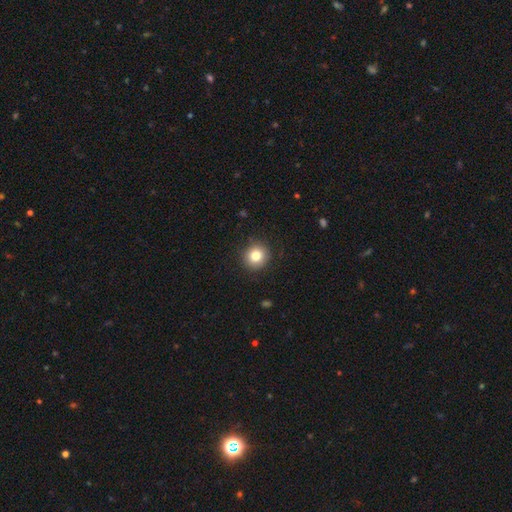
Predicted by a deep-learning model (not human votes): Smooth or featured? Predicted: smooth (p=0.82). How rounded? Predicted: round (p=0.89). Merging? Predicted: none (p=0.90).